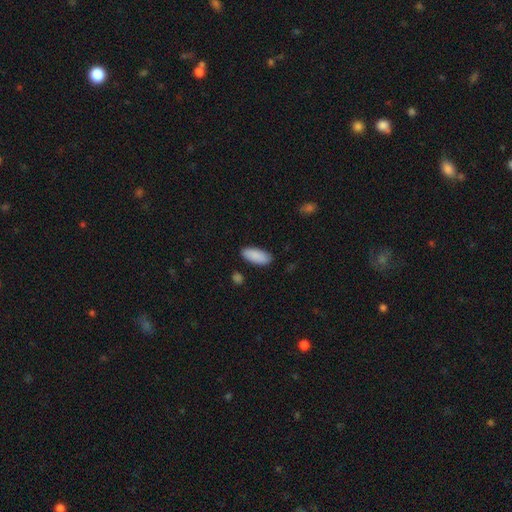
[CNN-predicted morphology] A smooth galaxy with no disk features (90%) that is in between round and cigar-shaped (84%). Merging: none (87%).